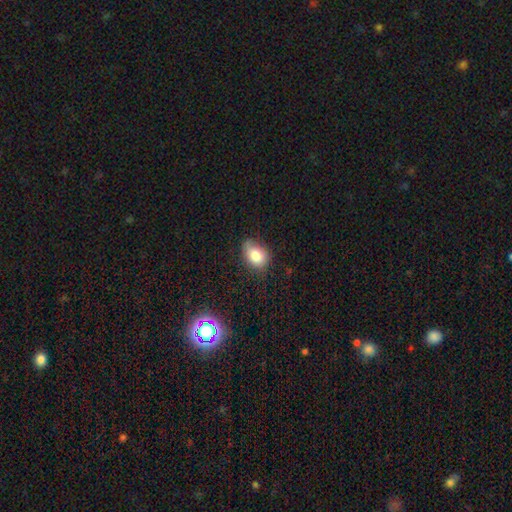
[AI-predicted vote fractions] This is clearly a smooth galaxy (81%). How rounded: likely in between (70%). Merging: possibly none (57%).